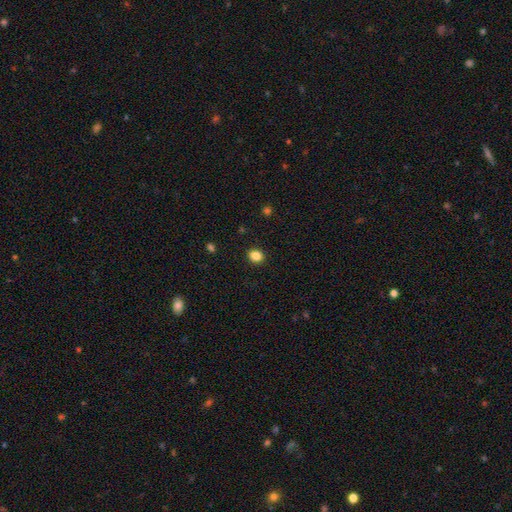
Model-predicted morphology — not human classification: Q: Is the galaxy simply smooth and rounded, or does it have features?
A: smooth — 86%.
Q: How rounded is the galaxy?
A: round — 64%.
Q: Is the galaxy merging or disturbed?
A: none — 90%.